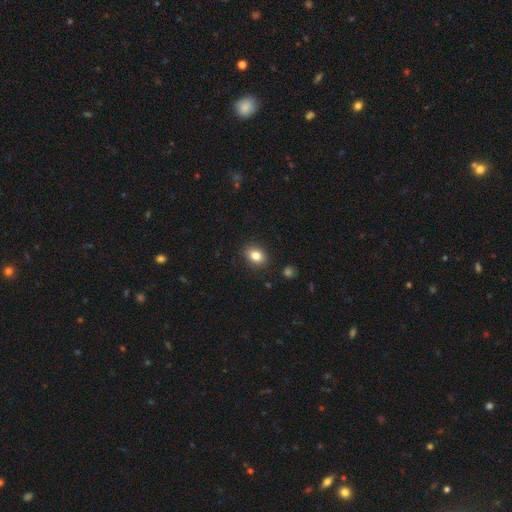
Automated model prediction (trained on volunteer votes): A smooth galaxy with no disk features (83%) that is in between round and cigar-shaped (69%). Merging: none (88%).